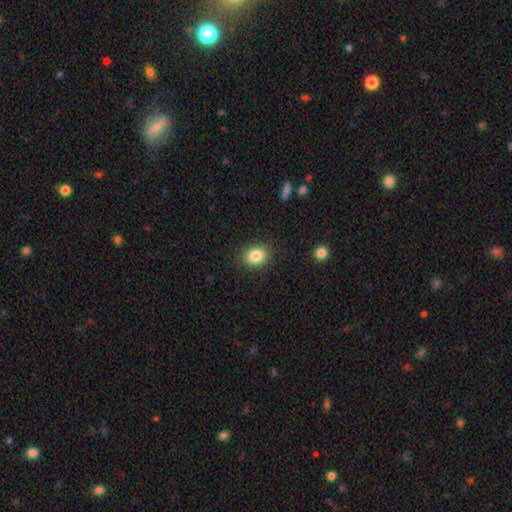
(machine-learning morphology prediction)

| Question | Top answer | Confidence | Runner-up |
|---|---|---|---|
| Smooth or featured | smooth | 84% | star or artifact (9%) |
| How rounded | in between | 50% | round (49%) |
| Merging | none | 87% | minor disturbance (9%) |